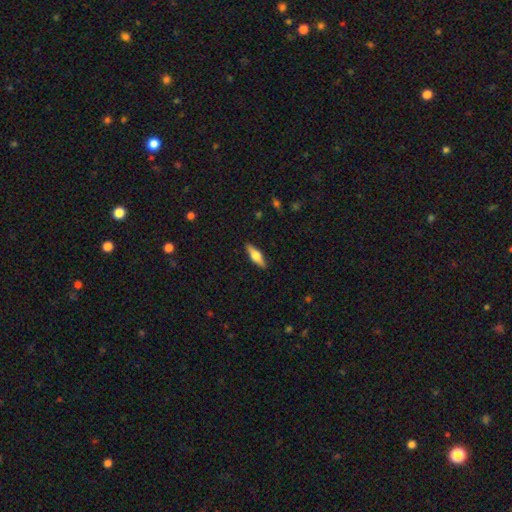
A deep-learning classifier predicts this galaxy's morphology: type=featured or disk (48%); merging=none (89%).